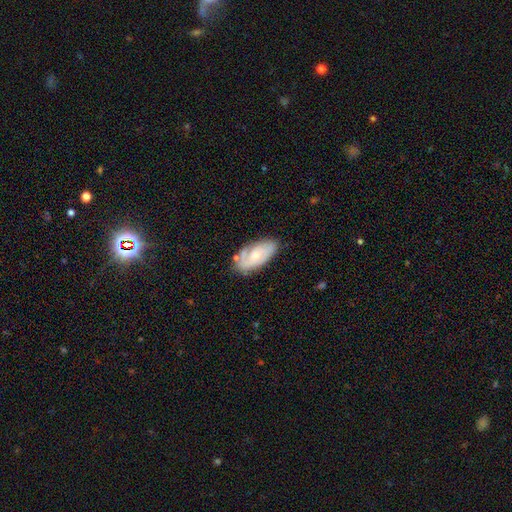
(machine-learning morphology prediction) Smooth or featured: featured or disk — 55% (smooth — 39%)
Edge-on disk: no — 93% (yes — 7%)
Bar: no — 70% (weak — 26%)
Spiral arms: yes — 80% (no — 20%)
Bulge size: small — 47% (moderate — 43%)
Merging: none — 68% (minor disturbance — 21%)